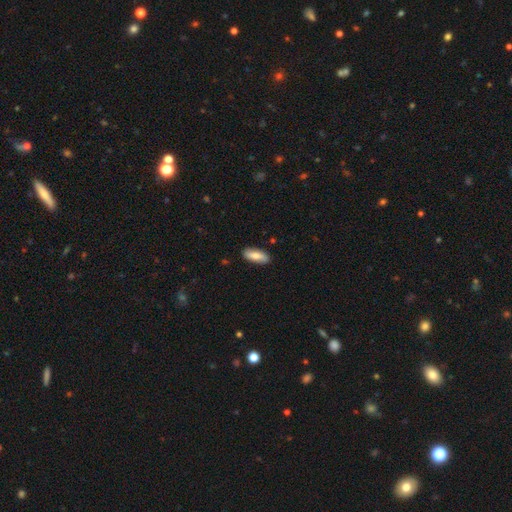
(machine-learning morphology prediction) This is likely a smooth galaxy (75%). How rounded: likely in between (73%). Merging: clearly none (87%).